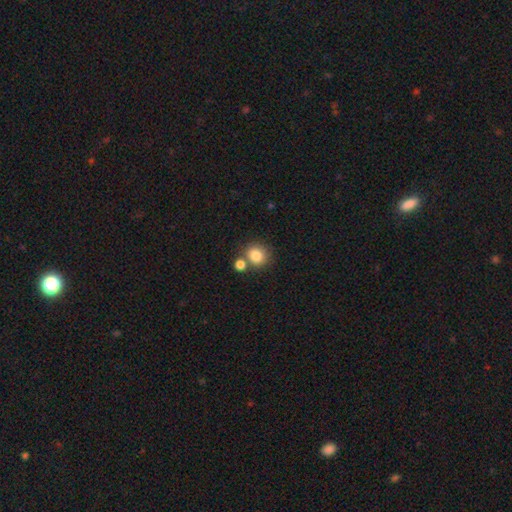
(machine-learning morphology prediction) Q: Smooth or featured?
A: smooth (83%); runner-up: star or artifact (10%)
Q: How rounded?
A: round (82%); runner-up: in between (17%)
Q: Merging?
A: none (62%); runner-up: merger (26%)